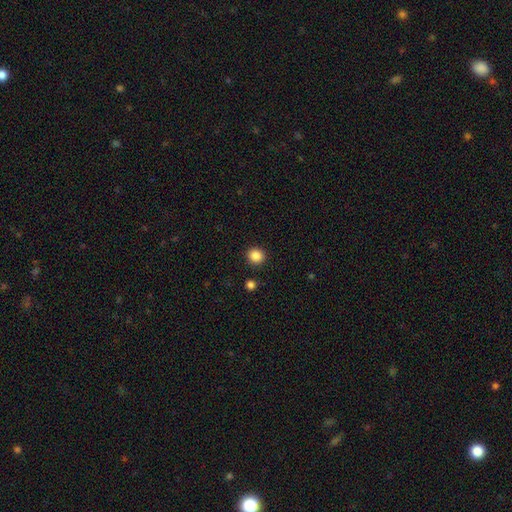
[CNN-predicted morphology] smooth-or-featured: smooth: 86% | star or artifact: 10% | featured or disk: 3%
  how-rounded: round: 88% | in between: 11% | cigar-shaped: 1%
  merging: none: 91% | minor disturbance: 5% | major disturbance: 2% | merger: 2%